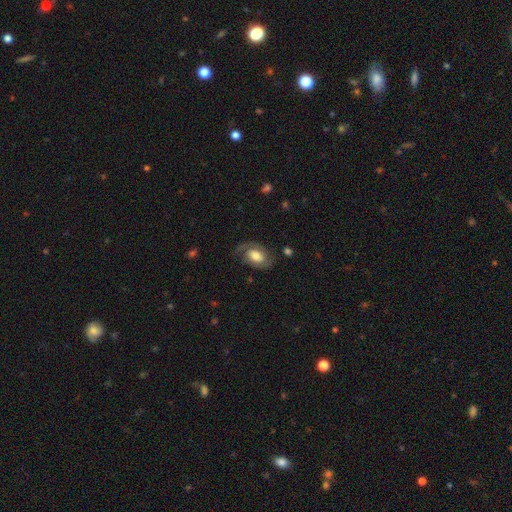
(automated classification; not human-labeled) smooth_or_featured: featured or disk (p=0.68) [alt: smooth p=0.25]
disk_edge_on: no (p=0.97) [alt: yes p=0.03]
bar: no (p=0.56) [alt: weak p=0.35]
has_spiral_arms: yes (p=0.89) [alt: no p=0.11]
spiral_winding: medium (p=0.45) [alt: tight p=0.32]
spiral_arm_count: 2 (p=0.81) [alt: 1 p=0.09]
bulge_size: moderate (p=0.43) [alt: large p=0.37]
merging: none (p=0.69) [alt: minor disturbance p=0.18]